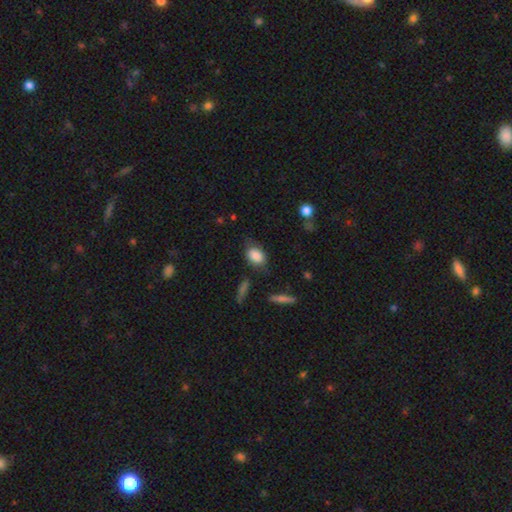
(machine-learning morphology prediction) smooth 84%, featured or disk 8%, star or artifact 8%. Down the decision tree: how rounded — in between (78%); merging — none (62%).